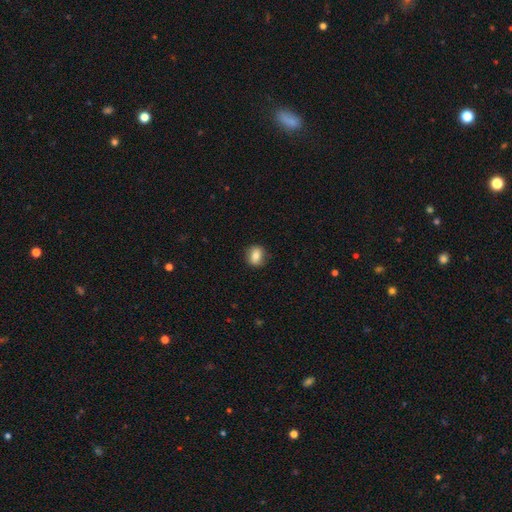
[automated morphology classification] The model was most divided on "how rounded": round: 62%, in between: 37%, cigar-shaped: 1%. More confident: merging — none (83%); smooth or featured — smooth (78%).